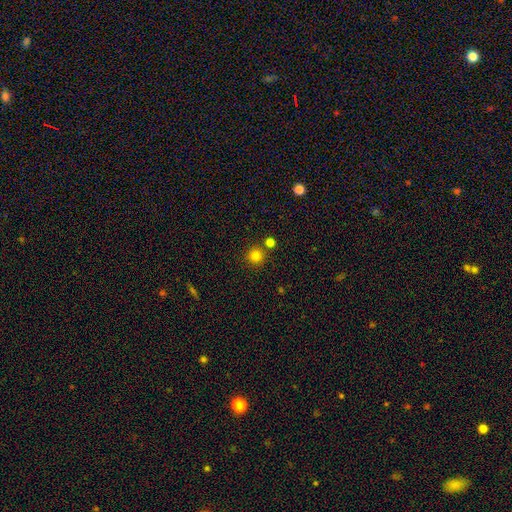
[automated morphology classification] type=smooth (82%); roundness=round (94%); merging=none (80%).